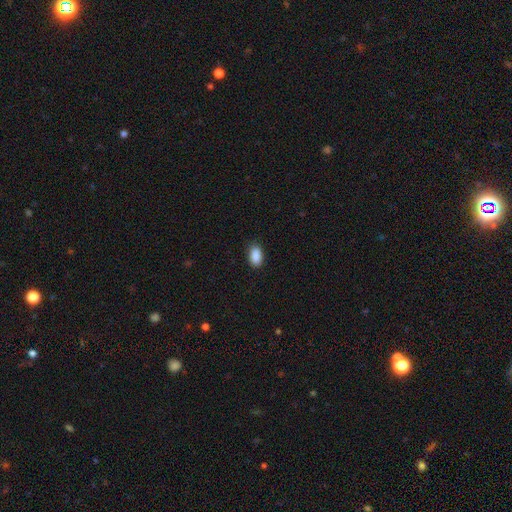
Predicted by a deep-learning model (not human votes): Smooth or featured?
  - smooth: 90% *
  - star or artifact: 7%
  - featured or disk: 3%
How rounded?
  - in between: 92% *
  - round: 6%
  - cigar-shaped: 2%
Merging?
  - none: 86% *
  - minor disturbance: 11%
  - major disturbance: 2%
  - merger: 1%